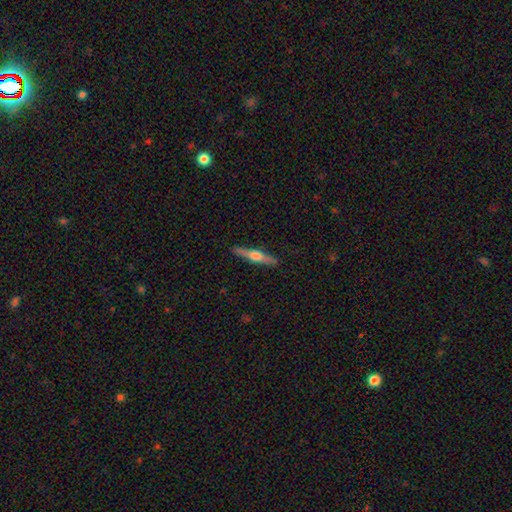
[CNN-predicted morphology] Smooth or featured? Predicted: featured or disk (p=0.64). Edge-on disk? Predicted: yes (p=0.97). Edge-on bulge? Predicted: rounded (p=0.92). Merging? Predicted: none (p=0.90).